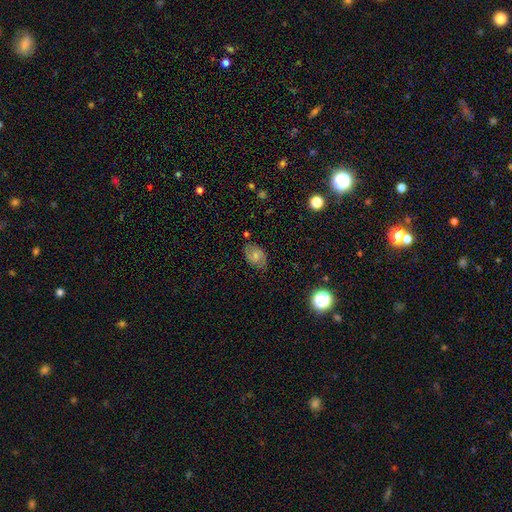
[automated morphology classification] Overall: smooth (47%; featured or disk 43%). Merging: none (73%).